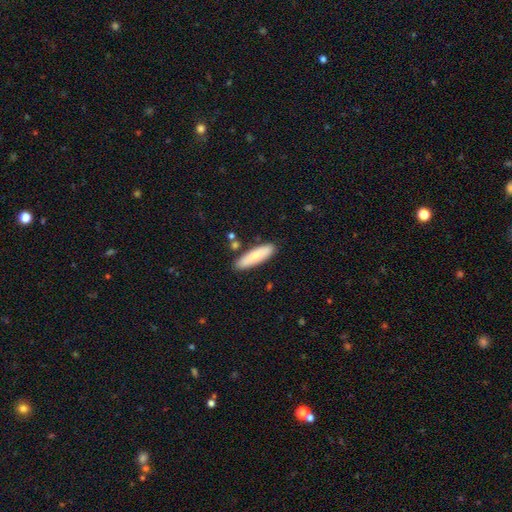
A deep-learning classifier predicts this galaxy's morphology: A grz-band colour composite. It shows a smooth galaxy with no disk features (74%) that is cigar-shaped (63%). Merging: none (85%).